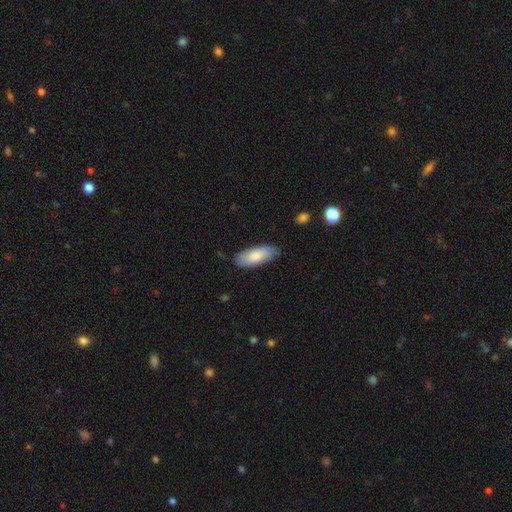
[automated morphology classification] Smooth or featured?
  - smooth: 81% *
  - featured or disk: 14%
  - star or artifact: 5%
How rounded?
  - in between: 80% *
  - cigar-shaped: 18%
  - round: 2%
Merging?
  - none: 81% *
  - minor disturbance: 15%
  - major disturbance: 3%
  - merger: 1%